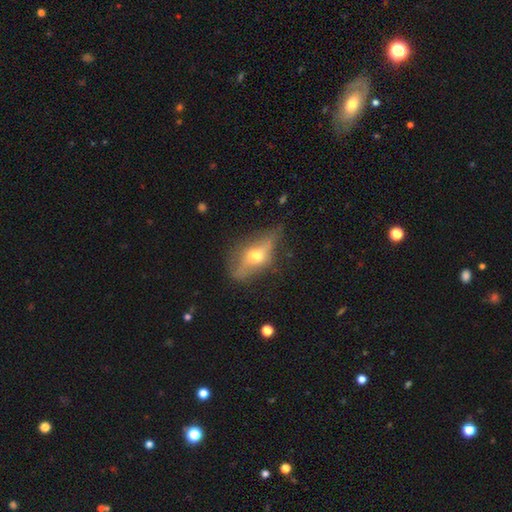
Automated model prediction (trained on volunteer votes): This is possibly a featured or disk galaxy (56%). It is likely viewed edge-on (64%). Merging: possibly none (54%).